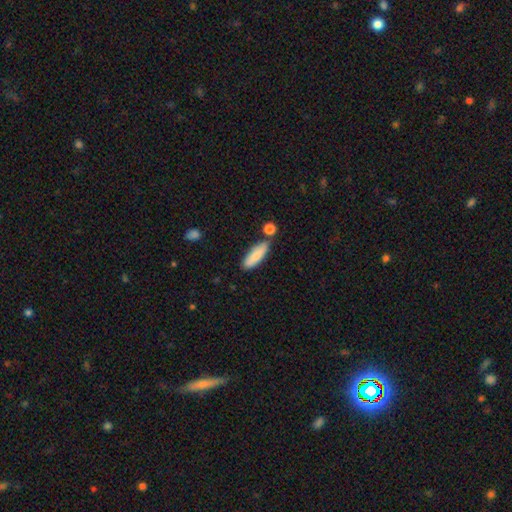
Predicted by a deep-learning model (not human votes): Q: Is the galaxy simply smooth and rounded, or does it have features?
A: smooth — 81%.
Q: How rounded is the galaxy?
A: cigar-shaped — 50%.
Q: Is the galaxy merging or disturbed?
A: none — 72%.